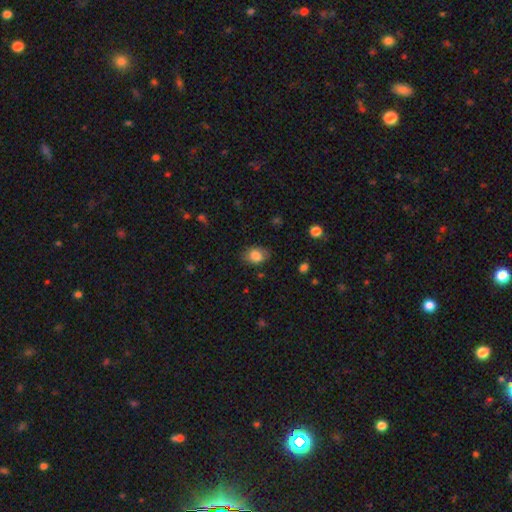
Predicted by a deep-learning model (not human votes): Smooth or featured: smooth — 81% (featured or disk — 11%)
How rounded: in between — 72% (round — 27%)
Merging: none — 76% (minor disturbance — 18%)